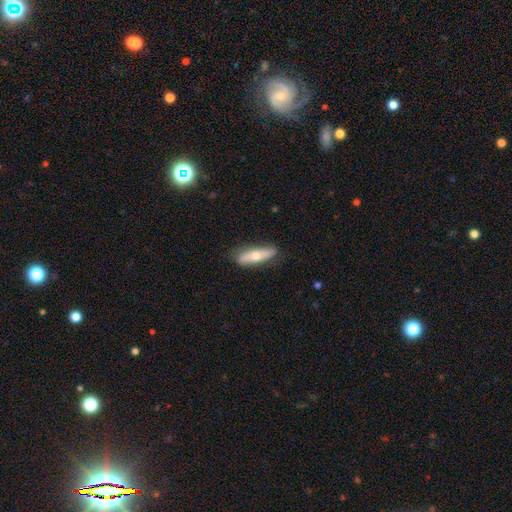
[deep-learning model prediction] Smooth or featured? Predicted: smooth (p=0.53). How rounded? Predicted: cigar-shaped (p=0.59). Merging? Predicted: none (p=0.78).